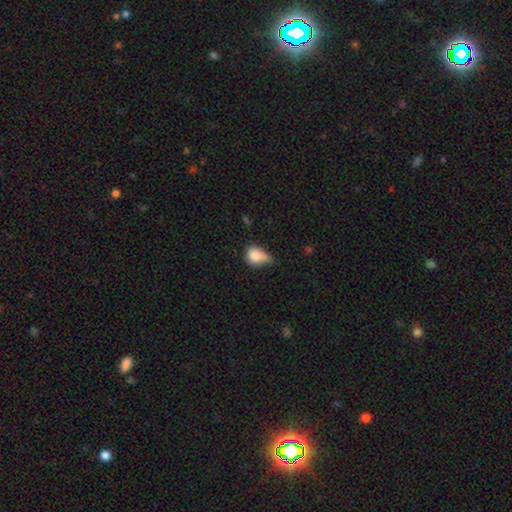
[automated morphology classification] Smooth or featured? Predicted: smooth (p=0.82). How rounded? Predicted: in between (p=0.56). Merging? Predicted: minor disturbance (p=0.48).